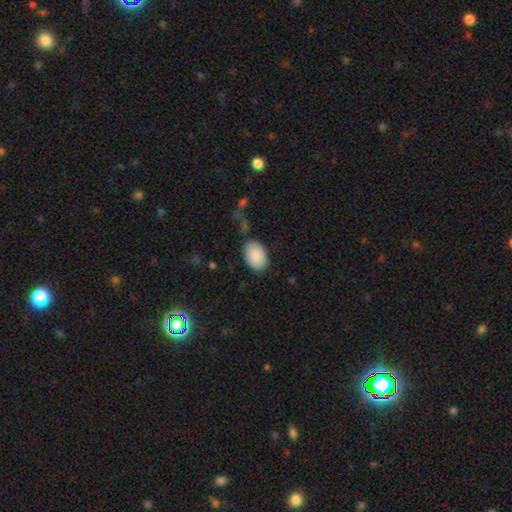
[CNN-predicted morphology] The model was most divided on "merging": none: 83%, minor disturbance: 12%, major disturbance: 3%, merger: 2%. More confident: smooth or featured — smooth (90%); how rounded — in between (89%).